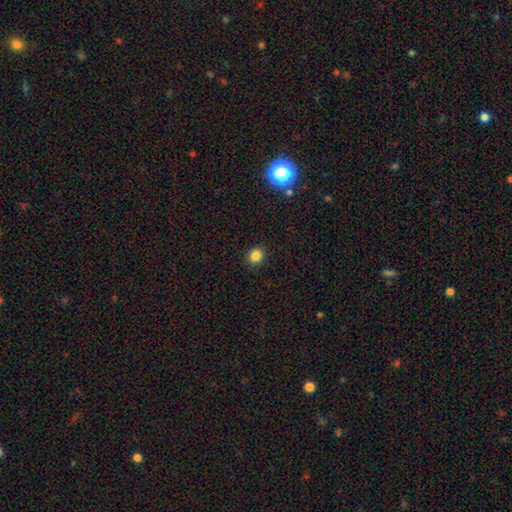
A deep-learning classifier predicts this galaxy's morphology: Q: Smooth or featured?
A: smooth (84%); runner-up: star or artifact (12%)
Q: How rounded?
A: round (76%); runner-up: in between (23%)
Q: Merging?
A: none (91%); runner-up: minor disturbance (6%)